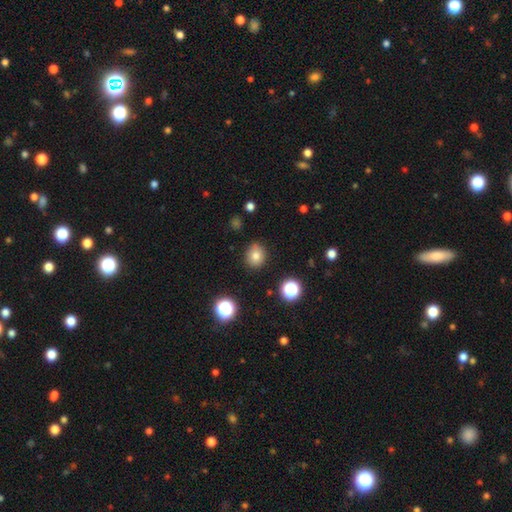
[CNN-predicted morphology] This appears to be a smooth galaxy with no disk features (79%) that is round (73%). Merging: none (86%).